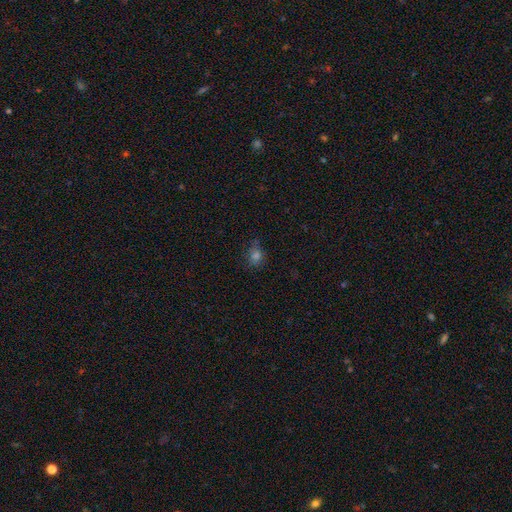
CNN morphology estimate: smooth 74%, star or artifact 19%, featured or disk 7%. Down the decision tree: how rounded — round (66%); merging — none (70%).